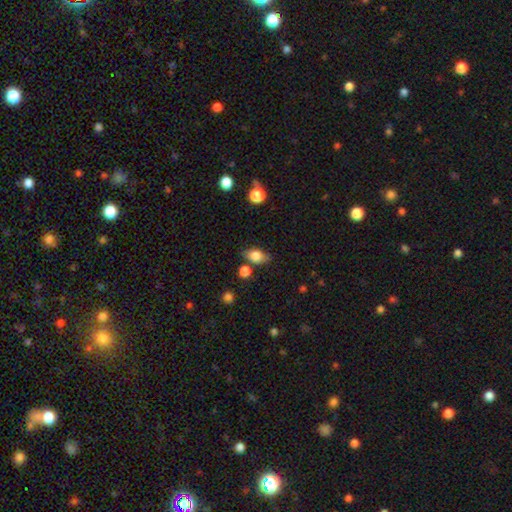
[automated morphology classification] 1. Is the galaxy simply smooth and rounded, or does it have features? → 78% smooth, 13% featured or disk, 9% star or artifact.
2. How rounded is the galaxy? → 81% in between, 15% round, 4% cigar-shaped.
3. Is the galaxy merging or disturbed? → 72% none, 17% minor disturbance, 7% merger, 4% major disturbance.